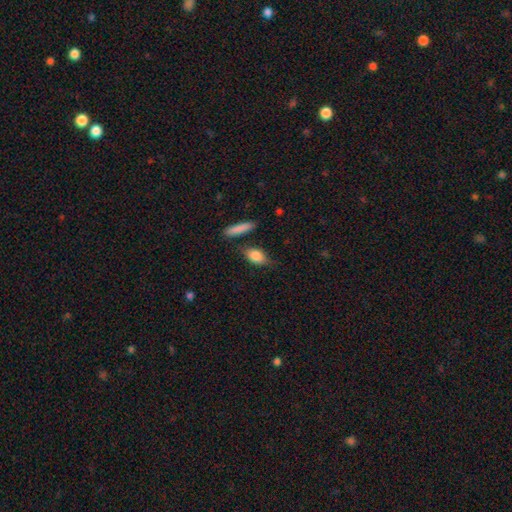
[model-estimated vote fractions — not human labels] Smooth or featured? smooth (81%)
How rounded? in between (78%)
Merging? none (73%)